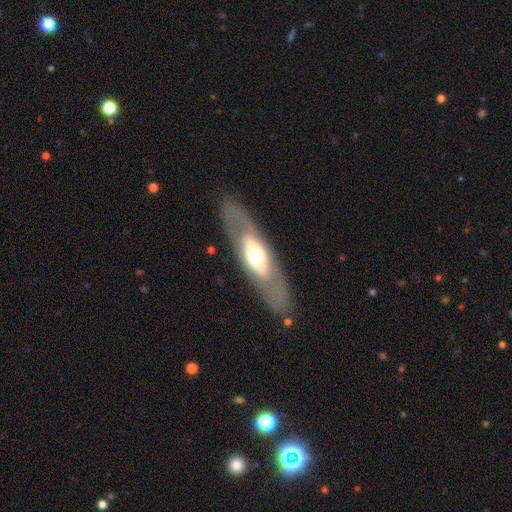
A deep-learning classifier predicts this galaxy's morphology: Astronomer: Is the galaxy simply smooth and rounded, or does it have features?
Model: featured or disk — 58% (runner-up: smooth, 37%).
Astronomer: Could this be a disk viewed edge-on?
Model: no — 63%.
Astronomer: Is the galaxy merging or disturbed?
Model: none — 83%.